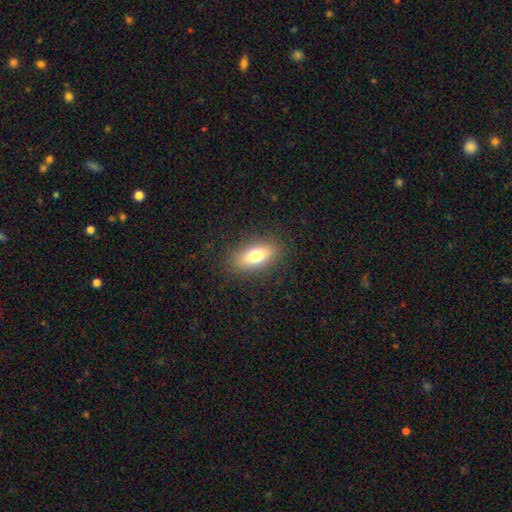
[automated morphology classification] Smooth or featured?
  - smooth: 74% *
  - featured or disk: 18%
  - star or artifact: 8%
How rounded?
  - in between: 79% *
  - cigar-shaped: 16%
  - round: 5%
Merging?
  - none: 87% *
  - minor disturbance: 9%
  - major disturbance: 3%
  - merger: 1%